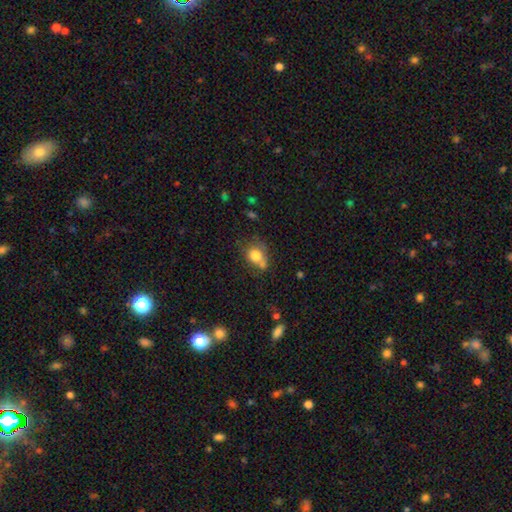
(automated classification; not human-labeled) This is likely a smooth galaxy (77%). How rounded: possibly round (56%). Merging: marginally none (43%).